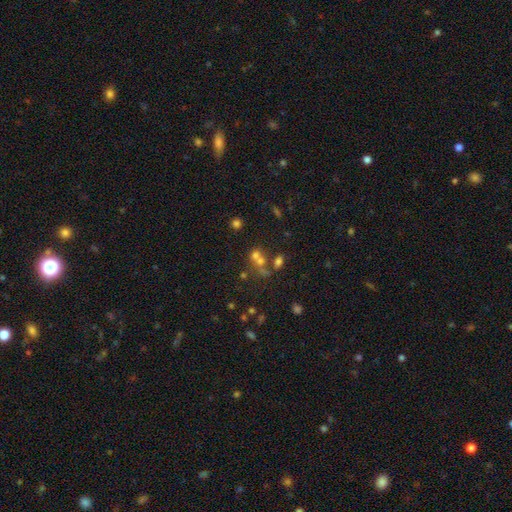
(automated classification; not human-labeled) Smooth or featured? Predicted: smooth (p=0.54). How rounded? Predicted: round (p=0.69). Merging? Predicted: merger (p=0.52).